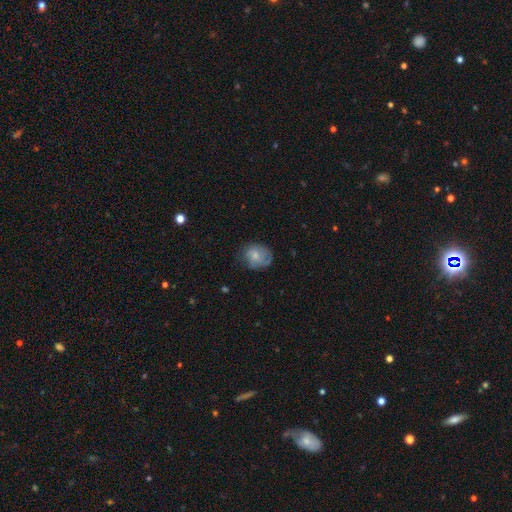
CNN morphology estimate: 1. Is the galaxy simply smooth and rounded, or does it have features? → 57% smooth, 35% featured or disk, 8% star or artifact.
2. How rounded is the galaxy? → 64% round, 35% in between, 1% cigar-shaped.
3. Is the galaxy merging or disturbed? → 66% none, 24% minor disturbance, 9% major disturbance, 1% merger.